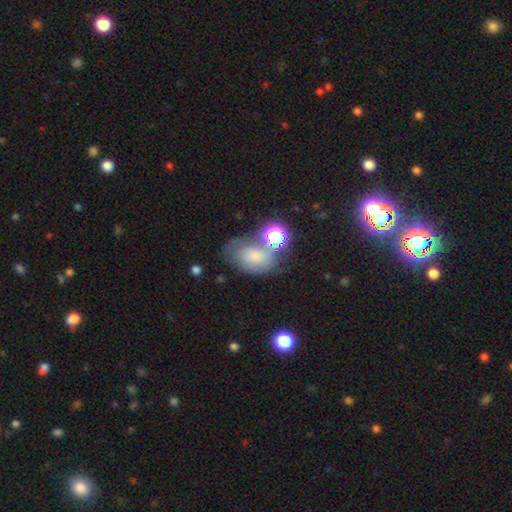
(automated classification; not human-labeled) smooth 55%, featured or disk 27%, star or artifact 18%. Down the decision tree: how rounded — in between (77%); merging — none (41%).